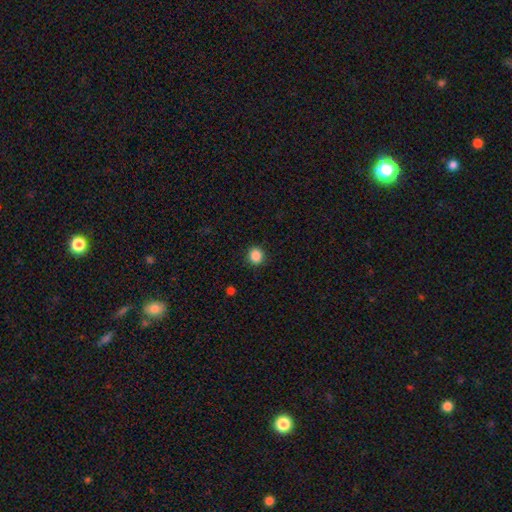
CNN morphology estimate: smooth 87%, star or artifact 10%, featured or disk 3%. Down the decision tree: how rounded — round (89%); merging — none (91%).